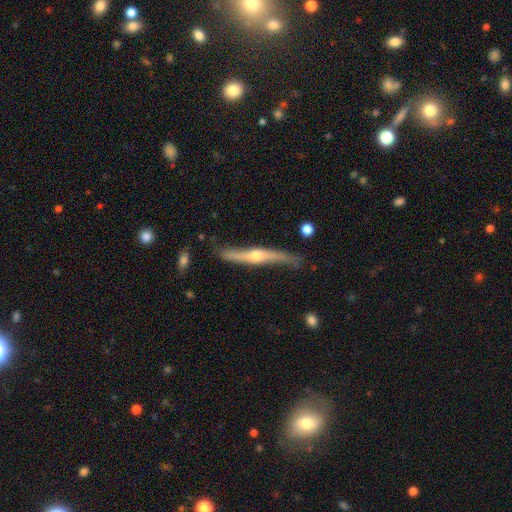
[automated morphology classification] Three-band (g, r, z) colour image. It shows a featured or disk galaxy (71%) viewed edge-on (91%) with a rounded central bulge (90%). Merging: none (69%).